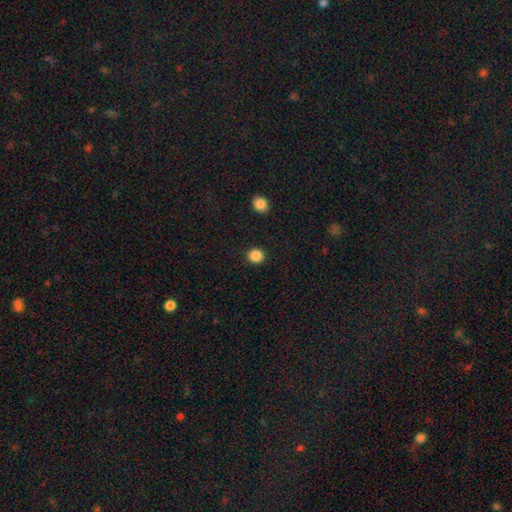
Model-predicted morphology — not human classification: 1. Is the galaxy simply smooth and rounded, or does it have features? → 87% smooth, 10% star or artifact, 3% featured or disk.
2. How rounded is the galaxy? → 90% round, 9% in between, 1% cigar-shaped.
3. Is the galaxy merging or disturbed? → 92% none, 5% minor disturbance, 2% major disturbance, 1% merger.